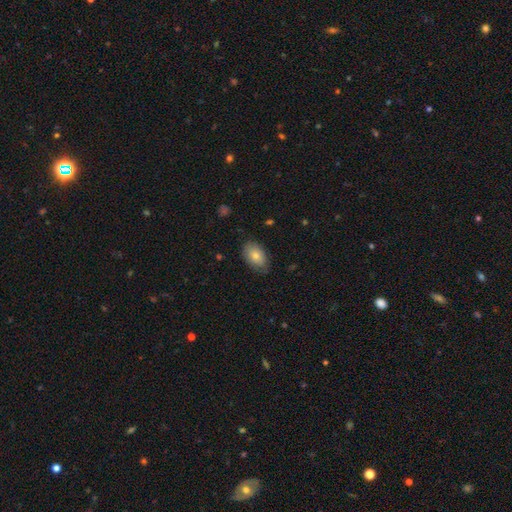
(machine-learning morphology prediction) smooth-or-featured: smooth: 78% | featured or disk: 15% | star or artifact: 7%
  how-rounded: in between: 89% | round: 10% | cigar-shaped: 1%
  merging: none: 79% | minor disturbance: 17% | major disturbance: 3% | merger: 1%